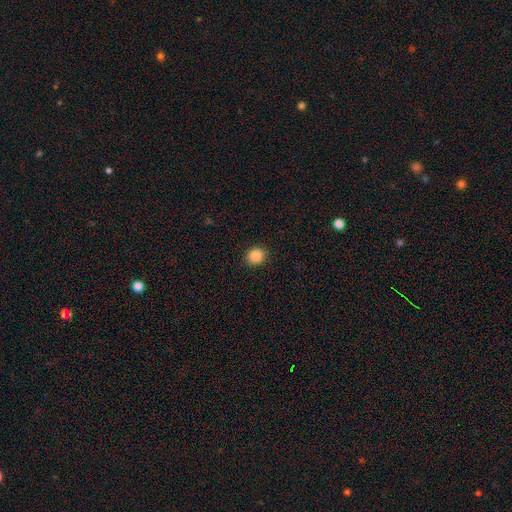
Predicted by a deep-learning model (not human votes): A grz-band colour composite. It shows a smooth galaxy with no disk features (87%) that is round (79%). Merging: none (92%).